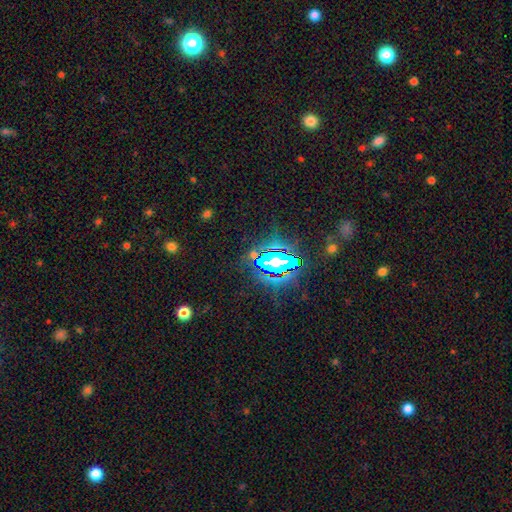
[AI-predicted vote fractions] Morphology: type=star or artifact (75%).